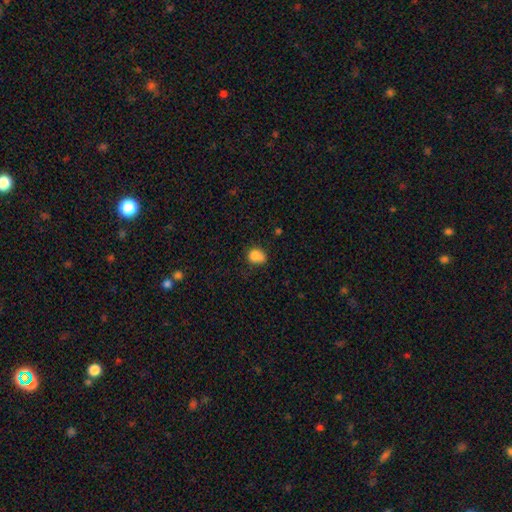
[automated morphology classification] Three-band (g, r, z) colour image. It shows a smooth galaxy with no disk features (82%) that is in between round and cigar-shaped (50%). Merging: none (47%).